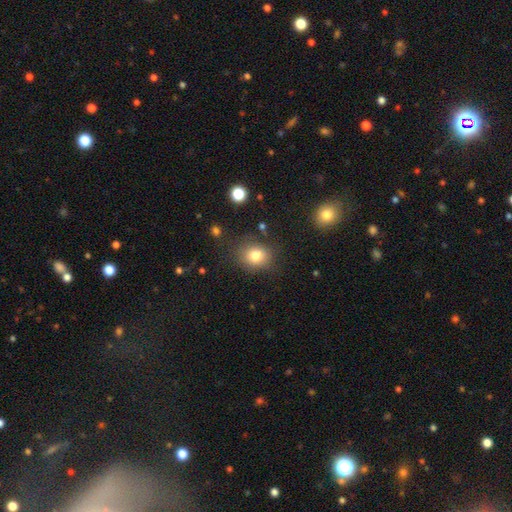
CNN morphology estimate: type=smooth (79%); roundness=round (68%); merging=none (80%).